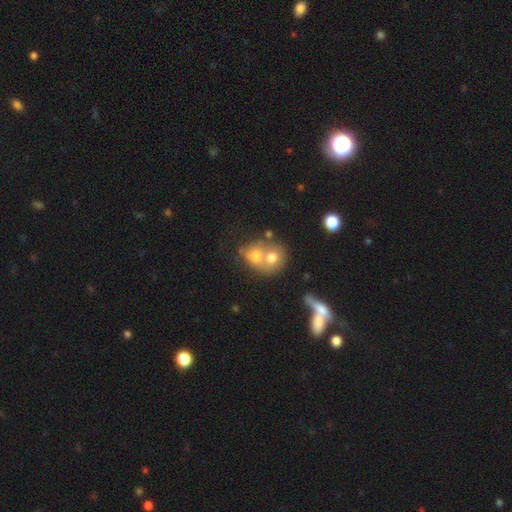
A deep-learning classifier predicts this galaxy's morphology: A smooth galaxy with no disk features (63%) that is round (66%).

Vote fractions:
- Smooth or featured? smooth: 63% / featured or disk: 26% / star or artifact: 10%
- How rounded? round: 66% / in between: 33% / cigar-shaped: 1%
- Merging? merger: 69% / none: 19% / minor disturbance: 6% / major disturbance: 5%